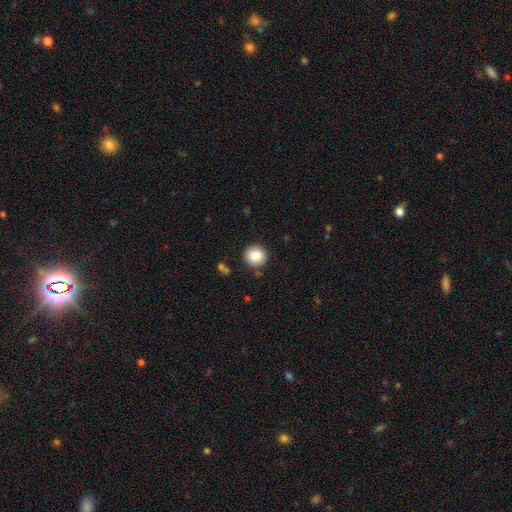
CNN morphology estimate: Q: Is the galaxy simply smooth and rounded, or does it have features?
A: smooth — 85%.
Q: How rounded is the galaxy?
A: round — 93%.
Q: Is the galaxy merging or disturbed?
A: none — 89%.